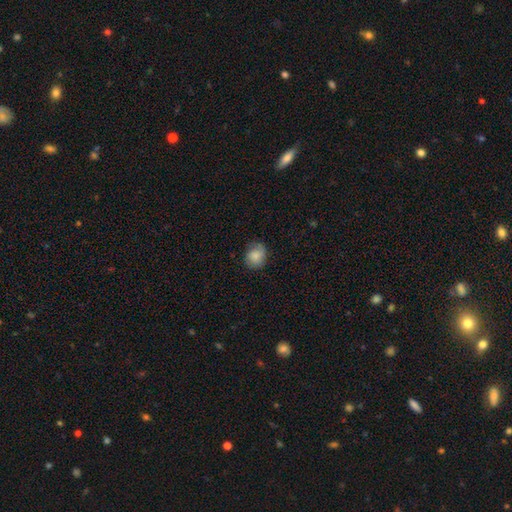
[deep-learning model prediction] Smooth or featured: smooth — 80% (featured or disk — 12%)
How rounded: round — 66% (in between — 33%)
Merging: none — 69% (minor disturbance — 23%)